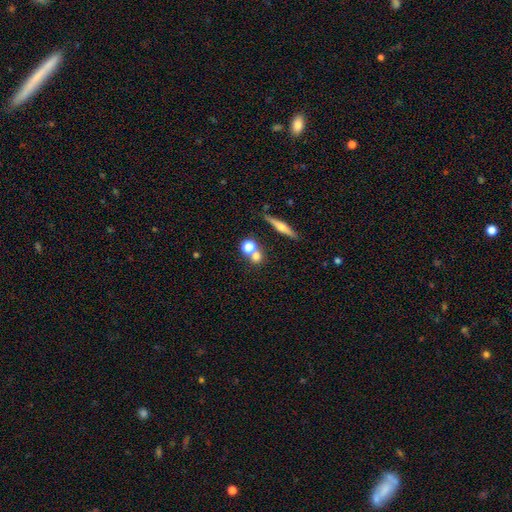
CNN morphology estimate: smooth-or-featured: smooth: 69% | featured or disk: 18% | star or artifact: 13%
  how-rounded: round: 82% | in between: 13% | cigar-shaped: 5%
  merging: none: 53% | merger: 36% | minor disturbance: 7% | major disturbance: 3%